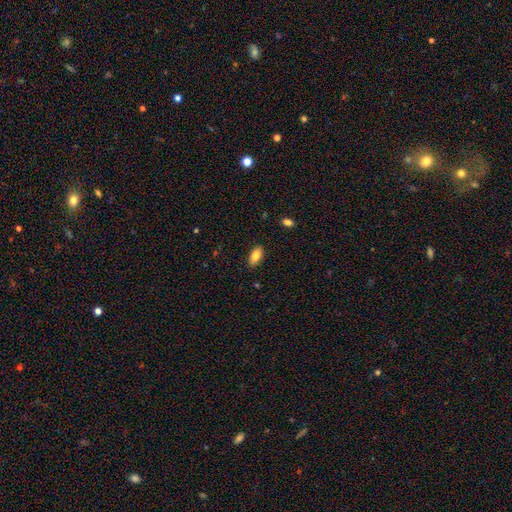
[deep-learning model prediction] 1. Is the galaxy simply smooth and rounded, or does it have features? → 82% smooth, 11% featured or disk, 7% star or artifact.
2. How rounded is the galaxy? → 89% in between, 8% cigar-shaped, 3% round.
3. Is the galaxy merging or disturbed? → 88% none, 9% minor disturbance, 2% major disturbance, 1% merger.